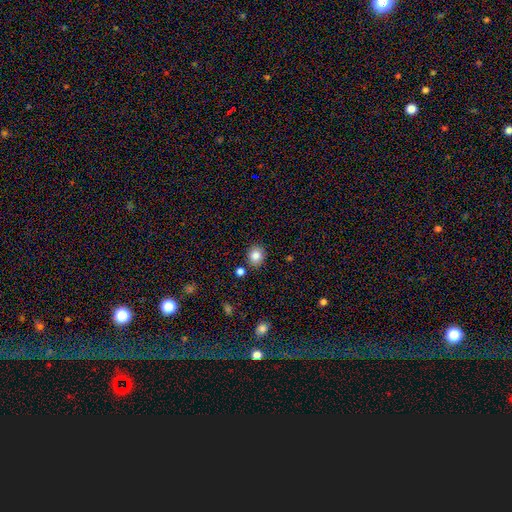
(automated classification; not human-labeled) Smooth or featured: smooth — 84% (star or artifact — 10%)
How rounded: round — 75% (in between — 24%)
Merging: none — 84% (minor disturbance — 9%)